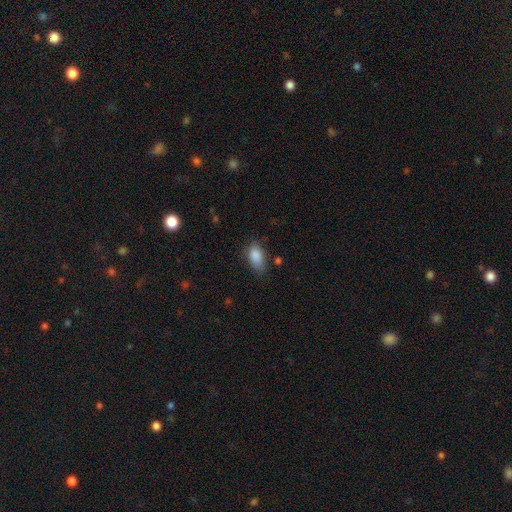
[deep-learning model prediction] This is clearly a smooth galaxy (87%). How rounded: clearly in between (90%). Merging: likely none (68%).